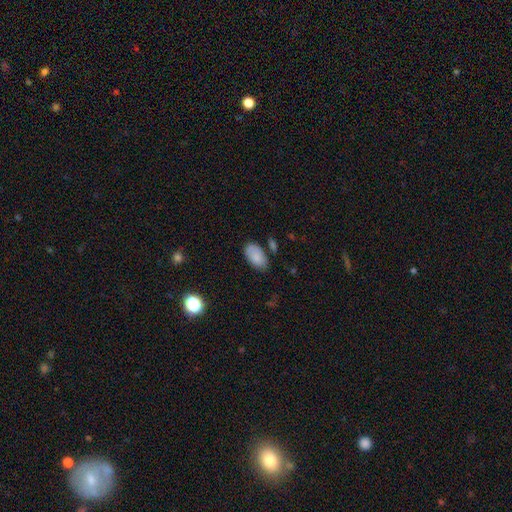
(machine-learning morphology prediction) Overall: smooth (85%). How rounded: in between (95%). Merging: none (71%).